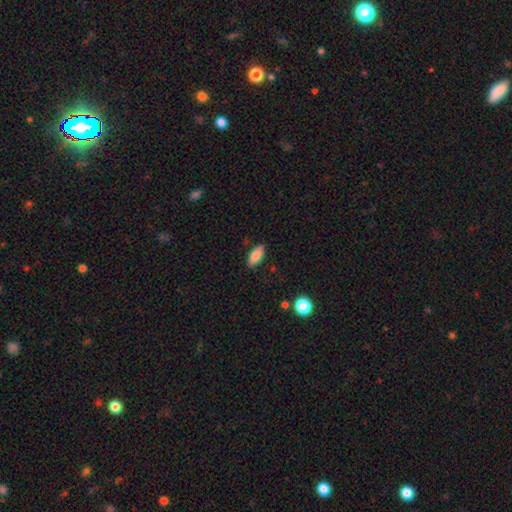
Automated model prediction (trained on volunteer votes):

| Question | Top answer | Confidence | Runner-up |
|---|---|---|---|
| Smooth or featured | smooth | 86% | featured or disk (7%) |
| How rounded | in between | 87% | cigar-shaped (11%) |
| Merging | none | 86% | minor disturbance (10%) |